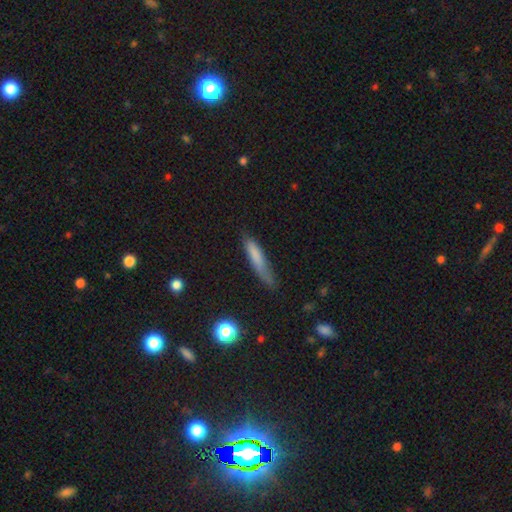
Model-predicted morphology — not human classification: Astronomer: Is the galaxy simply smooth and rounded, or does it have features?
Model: smooth — 76%.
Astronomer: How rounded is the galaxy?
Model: cigar-shaped — 87%.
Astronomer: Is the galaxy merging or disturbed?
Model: none — 61%.